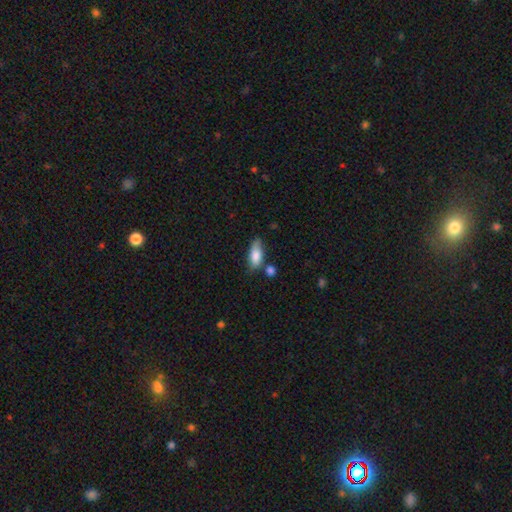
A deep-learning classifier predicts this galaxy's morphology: Smooth or featured? Predicted: smooth (p=0.82). How rounded? Predicted: in between (p=0.81). Merging? Predicted: none (p=0.61).